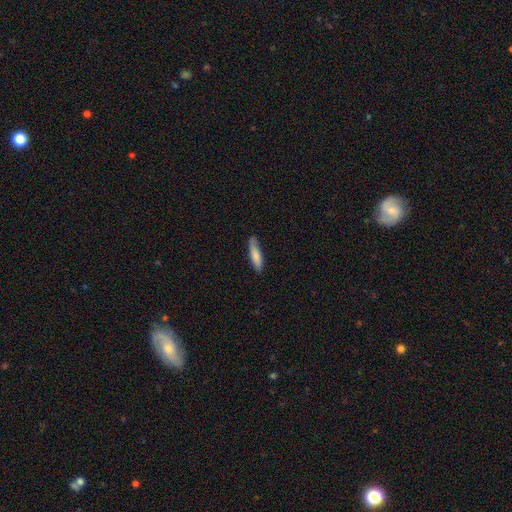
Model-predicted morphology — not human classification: Q: Smooth or featured?
A: smooth (80%); runner-up: featured or disk (14%)
Q: How rounded?
A: cigar-shaped (73%); runner-up: in between (25%)
Q: Merging?
A: none (77%); runner-up: minor disturbance (18%)